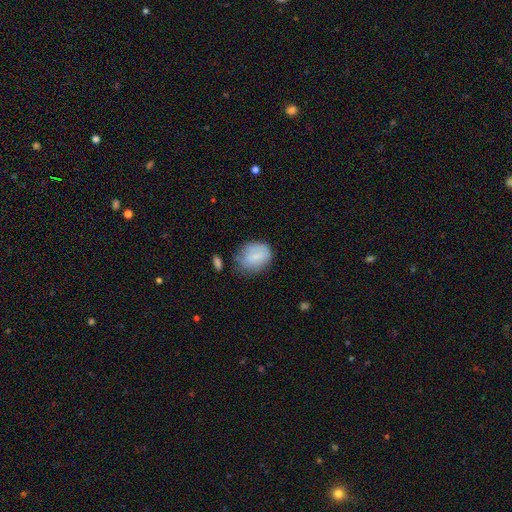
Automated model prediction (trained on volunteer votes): Smooth or featured? smooth (74%)
How rounded? in between (51%)
Merging? none (55%)